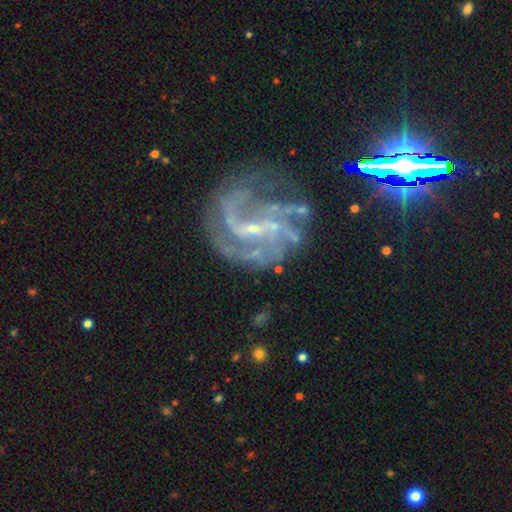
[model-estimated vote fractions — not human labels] A featured or disk galaxy (87%) with a weak bar (46%), 3 (27%) medium (50%) spiral arms (94%) and a small central bulge (78%).

Vote fractions:
- Smooth or featured? featured or disk: 87% / star or artifact: 8% / smooth: 5%
- Edge-on disk? no: 98% / yes: 2%
- Bar? weak: 46% / no: 32% / strong: 23%
- Spiral arms? yes: 94% / no: 6%
- Spiral winding? medium: 50% / loose: 25% / tight: 25%
- Spiral arm count? 3: 27% / 2: 21% / can't tell: 20% / 4: 16% / more than 4: 8% / 1: 8%
- Bulge size? small: 78% / none: 11% / moderate: 9% / large: 1% / dominant: 1%
- Merging? none: 54% / major disturbance: 23% / minor disturbance: 20% / merger: 4%